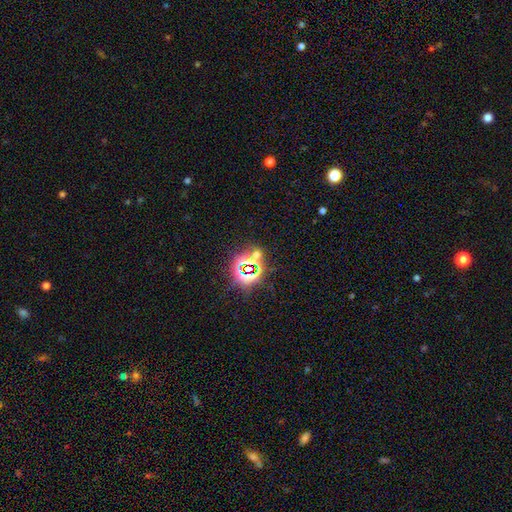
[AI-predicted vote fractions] Smooth or featured? star or artifact (73%)